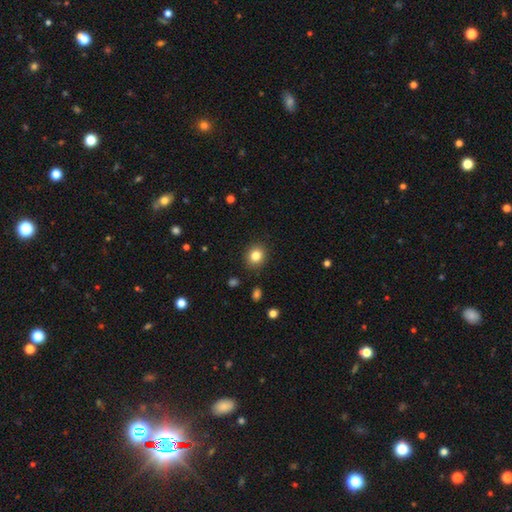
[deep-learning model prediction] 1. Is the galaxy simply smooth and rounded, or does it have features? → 83% smooth, 10% star or artifact, 7% featured or disk.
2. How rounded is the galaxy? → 76% round, 23% in between, 1% cigar-shaped.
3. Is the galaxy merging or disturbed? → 90% none, 7% minor disturbance, 2% major disturbance, 1% merger.